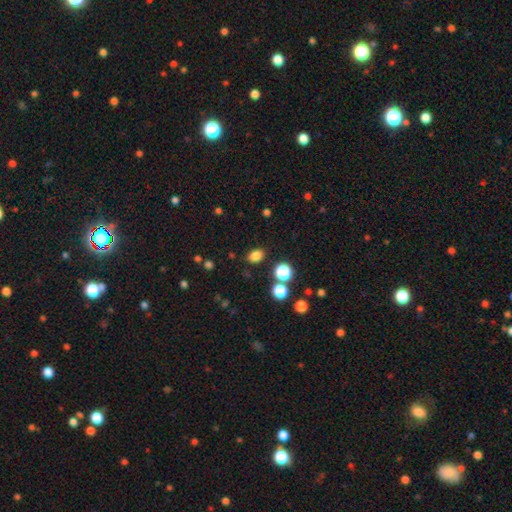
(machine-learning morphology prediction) Smooth or featured?
  - smooth: 81% *
  - star or artifact: 15%
  - featured or disk: 4%
How rounded?
  - in between: 67% *
  - round: 32%
  - cigar-shaped: 1%
Merging?
  - none: 85% *
  - minor disturbance: 9%
  - major disturbance: 3%
  - merger: 3%